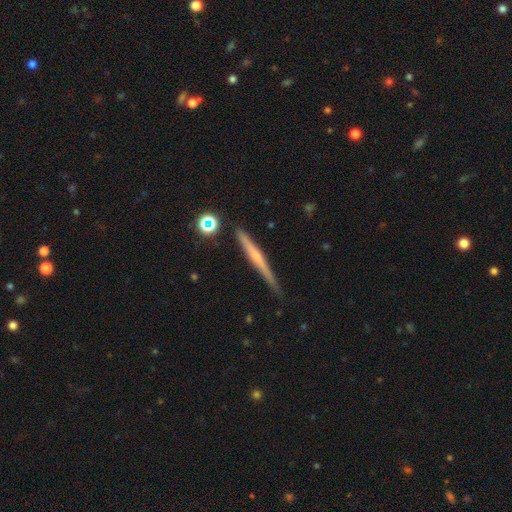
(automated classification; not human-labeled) Smooth or featured?
  - featured or disk: 62% *
  - smooth: 30%
  - star or artifact: 8%
Edge-on disk?
  - yes: 97% *
  - no: 3%
Edge-on bulge?
  - rounded: 52% *
  - none: 42%
  - boxy: 7%
Merging?
  - none: 84% *
  - minor disturbance: 12%
  - merger: 2%
  - major disturbance: 2%